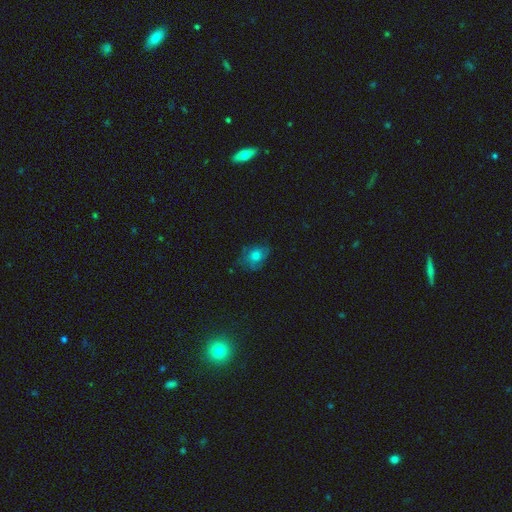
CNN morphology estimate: Smooth or featured? smooth (55%)
How rounded? in between (57%)
Merging? none (61%)